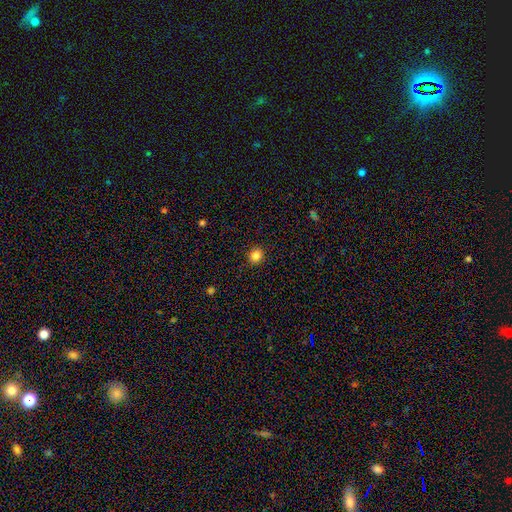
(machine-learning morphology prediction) type=smooth (84%); roundness=round (79%); merging=none (91%).